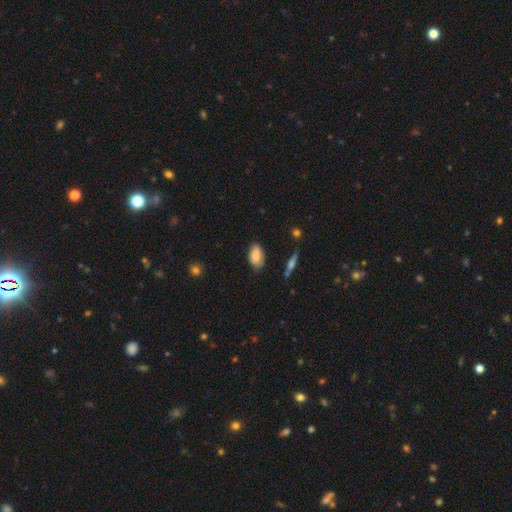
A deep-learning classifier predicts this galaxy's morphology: type=smooth (82%); roundness=in between (92%); merging=none (73%).